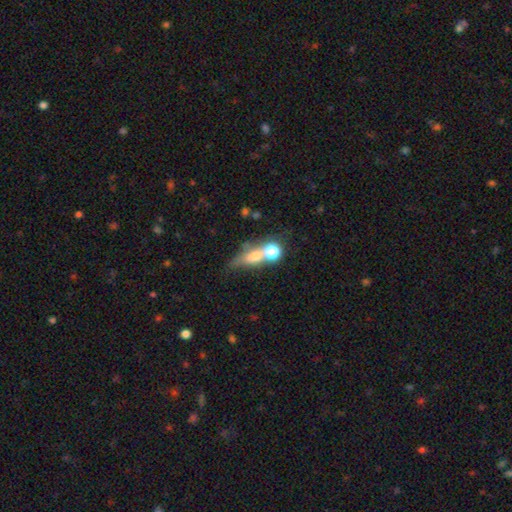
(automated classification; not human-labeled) smooth-or-featured: smooth: 56% | featured or disk: 27% | star or artifact: 17%
  how-rounded: in between: 42% | cigar-shaped: 30% | round: 28%
  merging: none: 37% | merger: 36% | minor disturbance: 14% | major disturbance: 12%